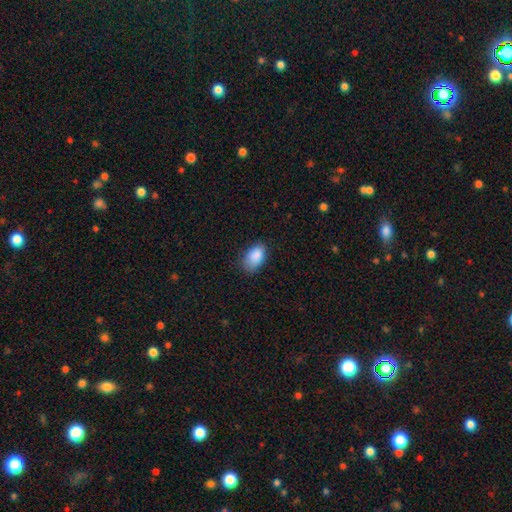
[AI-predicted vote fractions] smooth_or_featured: smooth (p=0.88) [alt: star or artifact p=0.07]
how_rounded: in between (p=0.91) [alt: round p=0.07]
merging: none (p=0.73) [alt: minor disturbance p=0.21]